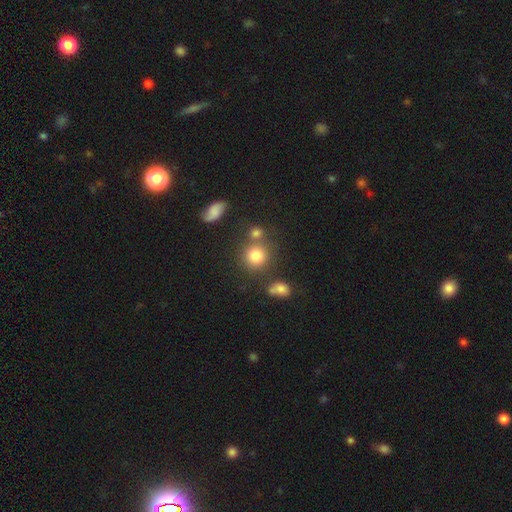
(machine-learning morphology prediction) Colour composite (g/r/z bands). It shows a smooth galaxy with no disk features (80%) that is round (86%). Merging: none (67%).